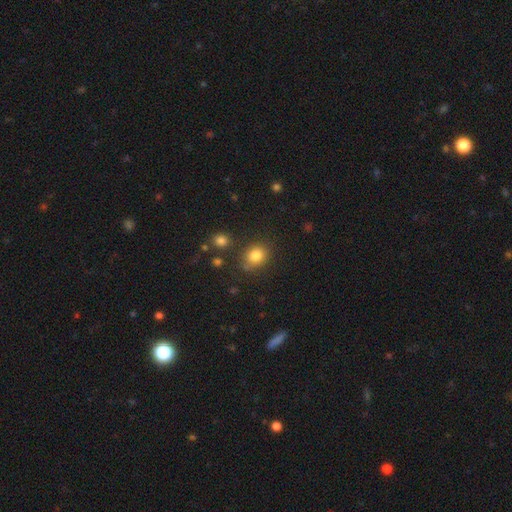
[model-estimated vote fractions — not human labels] This appears to be a smooth galaxy with no disk features (82%) that is round (62%). Merging: none (76%).